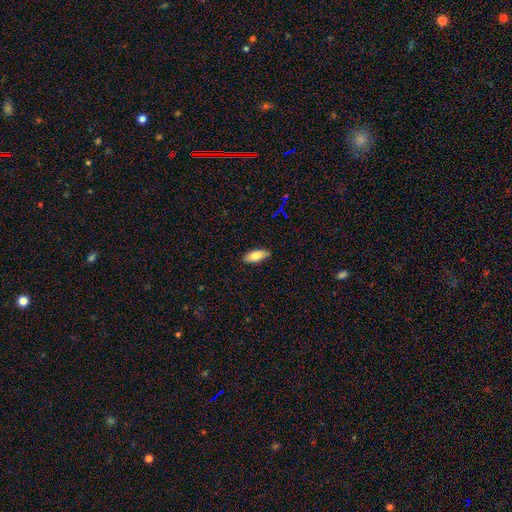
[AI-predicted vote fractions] Smooth or featured: smooth — 77% (featured or disk — 16%)
How rounded: in between — 78% (cigar-shaped — 20%)
Merging: none — 86% (minor disturbance — 11%)